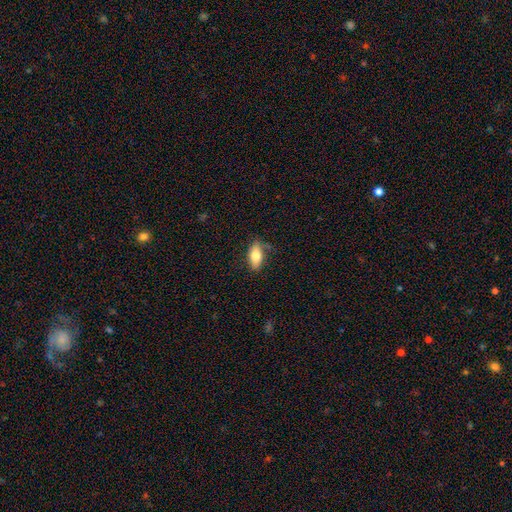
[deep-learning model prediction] Morphology: type=smooth (76%); roundness=in between (85%); merging=none (74%).